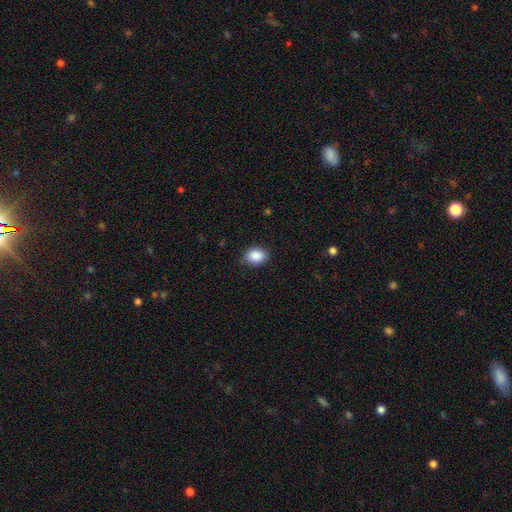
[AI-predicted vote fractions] smooth-or-featured: smooth: 87% | star or artifact: 9% | featured or disk: 4%
  how-rounded: in between: 51% | round: 49% | cigar-shaped: 1%
  merging: none: 82% | minor disturbance: 14% | major disturbance: 3% | merger: 1%